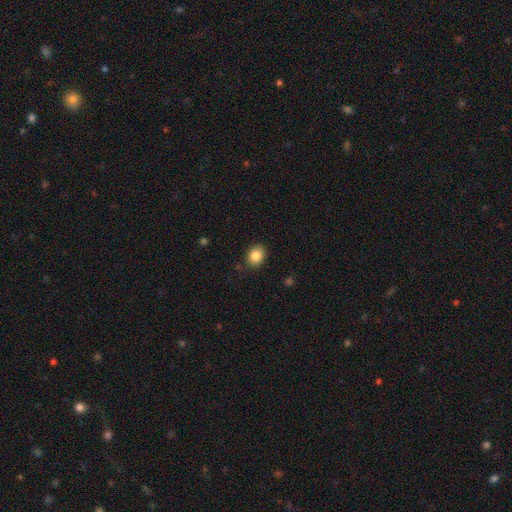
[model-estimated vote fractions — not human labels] Morphology: type=smooth (86%); roundness=in between (53%); merging=none (84%).